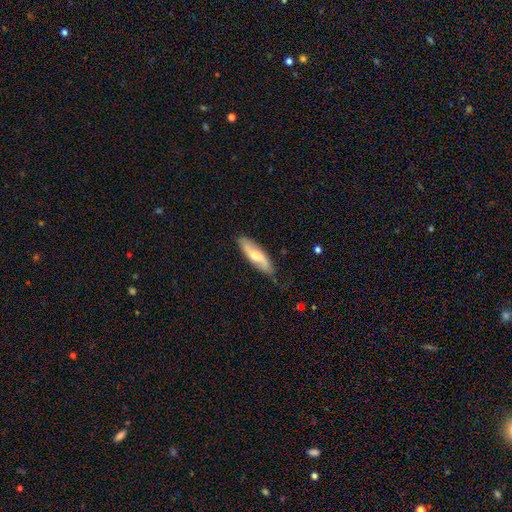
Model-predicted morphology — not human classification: Q: Smooth or featured?
A: featured or disk (54%); runner-up: smooth (41%)
Q: Edge-on disk?
A: no (68%); runner-up: yes (32%)
Q: Merging?
A: none (79%); runner-up: minor disturbance (16%)